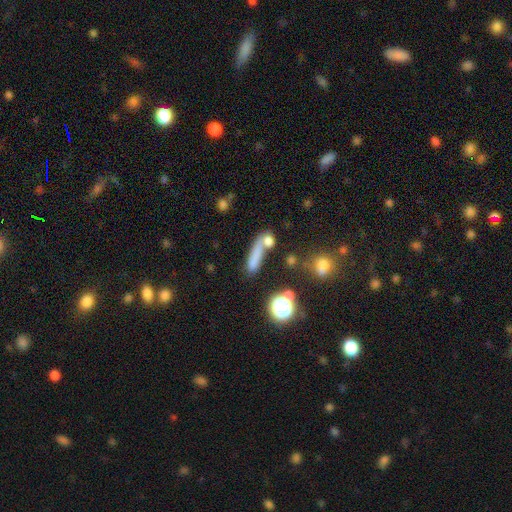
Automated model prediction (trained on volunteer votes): smooth_or_featured: smooth (p=0.67) [alt: star or artifact p=0.17]
how_rounded: cigar-shaped (p=0.66) [alt: in between p=0.21]
merging: none (p=0.49) [alt: merger p=0.26]